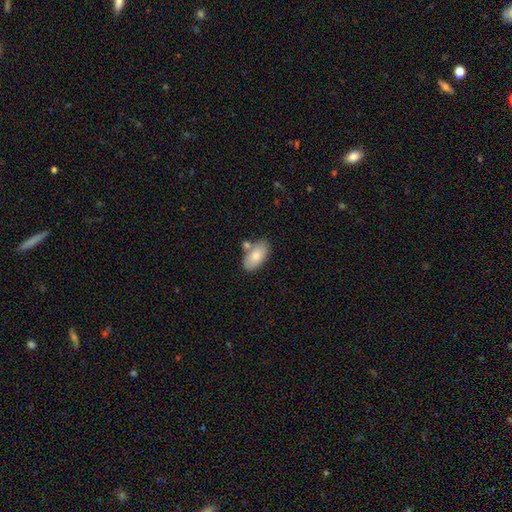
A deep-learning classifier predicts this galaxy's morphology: This is likely a smooth galaxy (78%). How rounded: clearly in between (94%). Merging: likely none (66%).